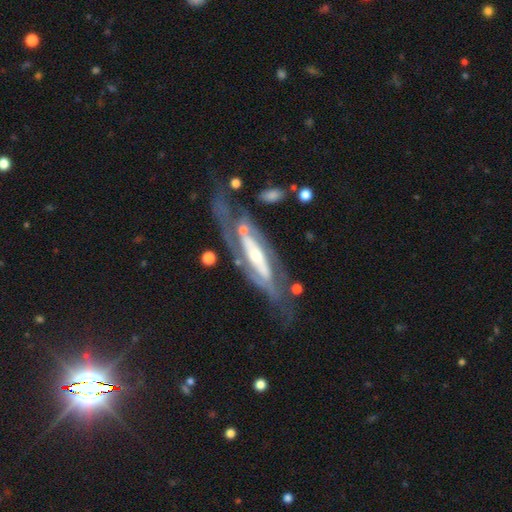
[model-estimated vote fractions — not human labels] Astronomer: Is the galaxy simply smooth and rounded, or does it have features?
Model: featured or disk — 87%.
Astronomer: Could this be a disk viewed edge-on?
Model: no — 75%.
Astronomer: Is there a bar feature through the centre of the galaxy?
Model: strong — 41% (runner-up: weak, 30%).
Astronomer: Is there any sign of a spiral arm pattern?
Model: yes — 89%.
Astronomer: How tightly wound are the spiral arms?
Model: tight — 46% (runner-up: medium, 40%).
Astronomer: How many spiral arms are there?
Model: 2 — 65%.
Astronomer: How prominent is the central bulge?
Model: small — 53% (runner-up: moderate, 40%).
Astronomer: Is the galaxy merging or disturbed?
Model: none — 65%.